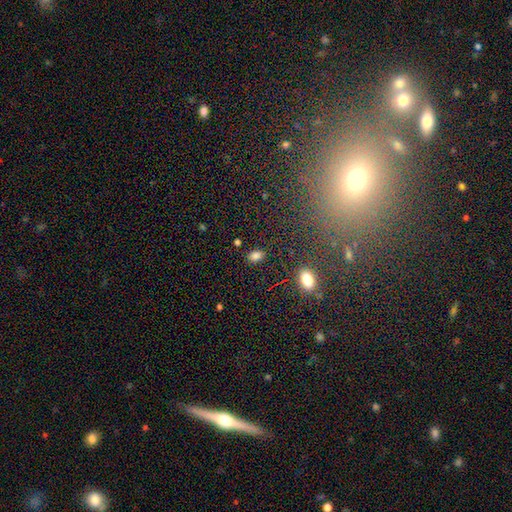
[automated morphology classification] A smooth galaxy with no disk features (82%) that is in between round and cigar-shaped (83%).

Vote fractions:
- Smooth or featured? smooth: 82% / star or artifact: 13% / featured or disk: 5%
- How rounded? in between: 83% / round: 15% / cigar-shaped: 2%
- Merging? none: 86% / minor disturbance: 9% / major disturbance: 3% / merger: 2%